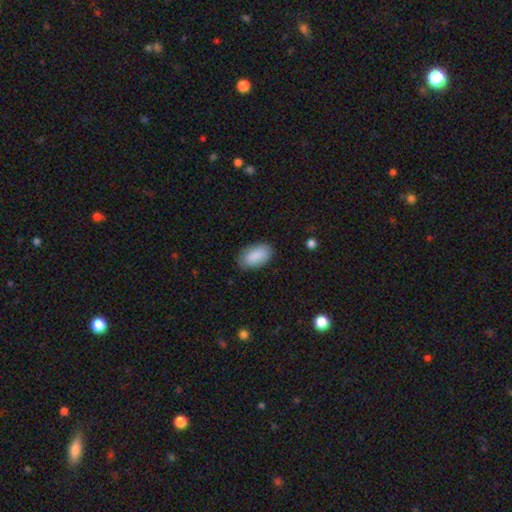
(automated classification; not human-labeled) Smooth or featured? Predicted: smooth (p=0.89). How rounded? Predicted: in between (p=0.94). Merging? Predicted: none (p=0.83).